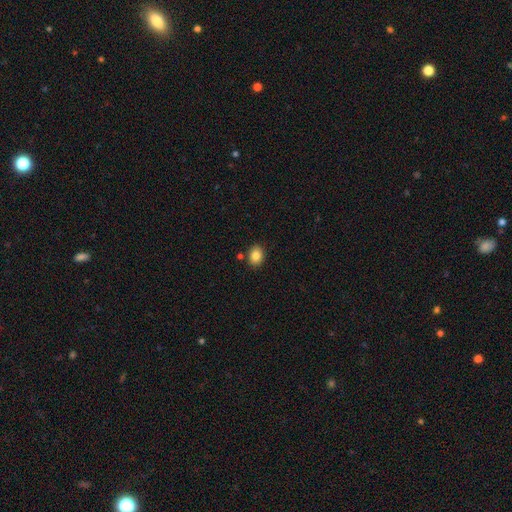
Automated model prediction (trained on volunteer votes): Smooth or featured? Predicted: smooth (p=0.85). How rounded? Predicted: in between (p=0.51). Merging? Predicted: none (p=0.85).